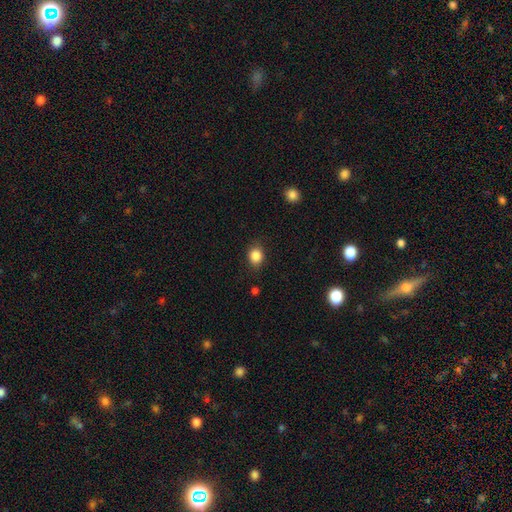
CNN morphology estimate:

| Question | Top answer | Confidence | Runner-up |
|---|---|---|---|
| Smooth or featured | smooth | 85% | star or artifact (10%) |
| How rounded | round | 61% | in between (38%) |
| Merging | none | 84% | minor disturbance (11%) |